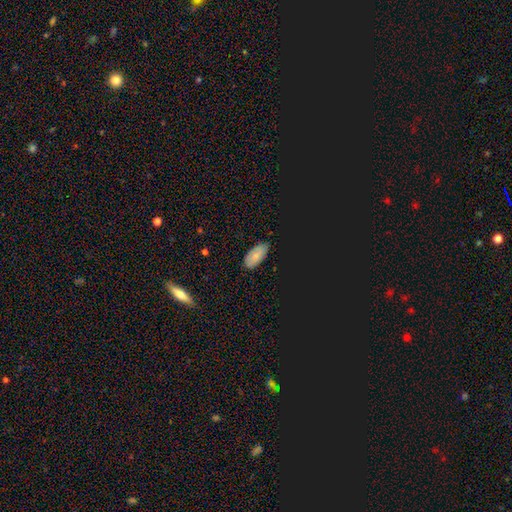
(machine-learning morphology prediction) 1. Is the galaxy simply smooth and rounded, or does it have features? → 66% smooth, 19% star or artifact, 15% featured or disk.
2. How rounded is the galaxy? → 93% in between, 4% cigar-shaped, 3% round.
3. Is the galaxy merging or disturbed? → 80% none, 16% minor disturbance, 3% major disturbance, 1% merger.